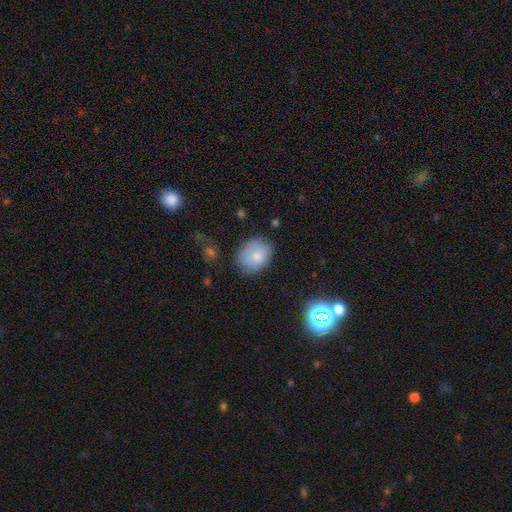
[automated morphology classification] Smooth or featured? Predicted: smooth (p=0.79). How rounded? Predicted: in between (p=0.51). Merging? Predicted: none (p=0.71).